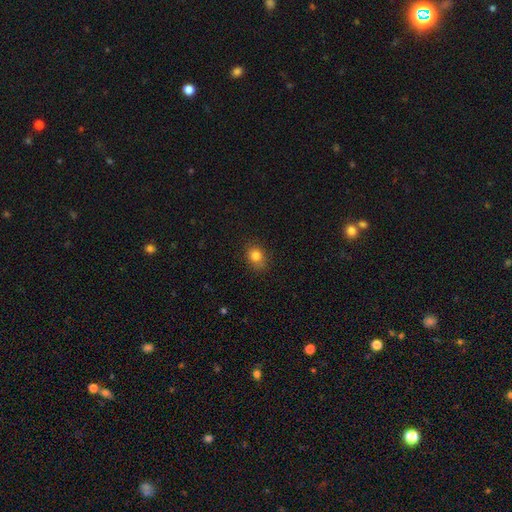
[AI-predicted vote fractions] Smooth or featured: smooth — 83% (star or artifact — 11%)
How rounded: round — 59% (in between — 40%)
Merging: none — 79% (minor disturbance — 16%)